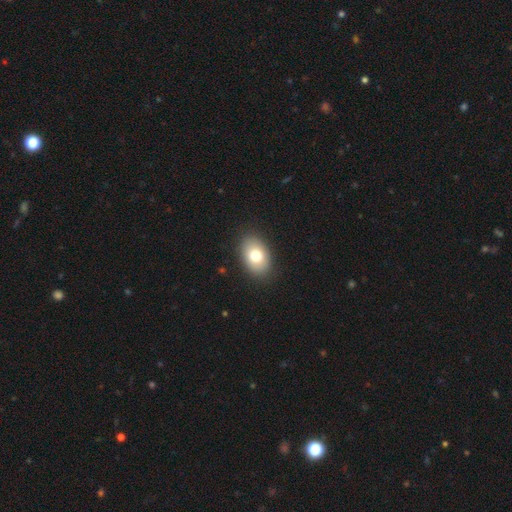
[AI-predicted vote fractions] smooth_or_featured: smooth (p=0.77) [alt: featured or disk p=0.15]
how_rounded: in between (p=0.85) [alt: round p=0.14]
merging: none (p=0.88) [alt: minor disturbance p=0.09]